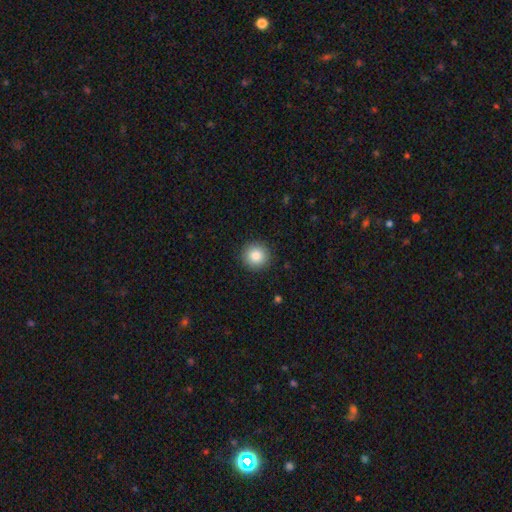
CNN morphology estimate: This is clearly a smooth galaxy (86%). How rounded: clearly round (94%). Merging: clearly none (92%).